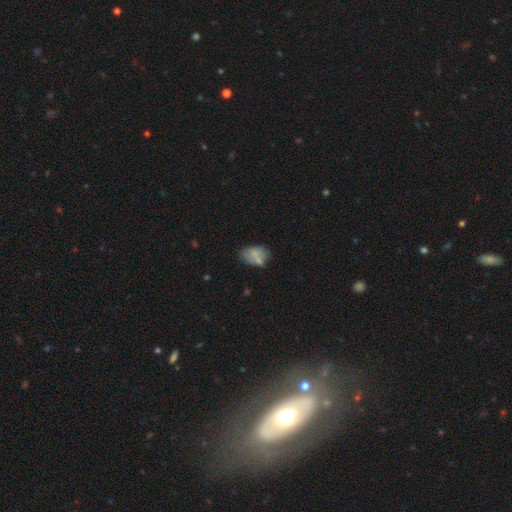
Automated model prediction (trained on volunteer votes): The model was most divided on "merging": none: 46%, minor disturbance: 29%, major disturbance: 13%, merger: 12%. More confident: how rounded — in between (85%); smooth or featured — smooth (68%).